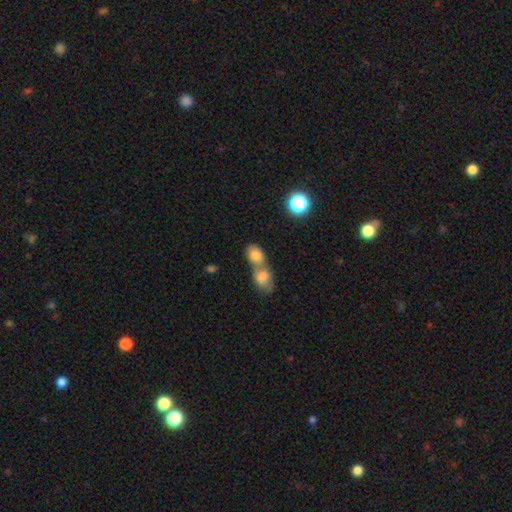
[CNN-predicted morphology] A smooth galaxy with no disk features (79%) that is in between round and cigar-shaped (74%).

Vote fractions:
- Smooth or featured? smooth: 79% / featured or disk: 12% / star or artifact: 9%
- How rounded? in between: 74% / round: 24% / cigar-shaped: 2%
- Merging? merger: 71% / none: 20% / minor disturbance: 6% / major disturbance: 3%